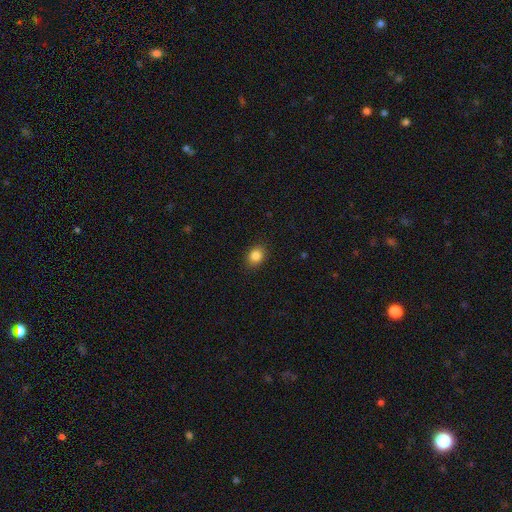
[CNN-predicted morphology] Smooth or featured? smooth (85%)
How rounded? round (52%)
Merging? none (88%)